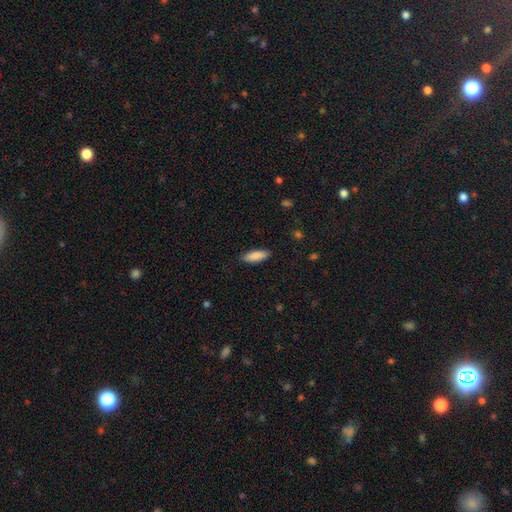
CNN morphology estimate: Q: Smooth or featured?
A: smooth (88%); runner-up: featured or disk (6%)
Q: How rounded?
A: in between (55%); runner-up: cigar-shaped (44%)
Q: Merging?
A: none (87%); runner-up: minor disturbance (10%)